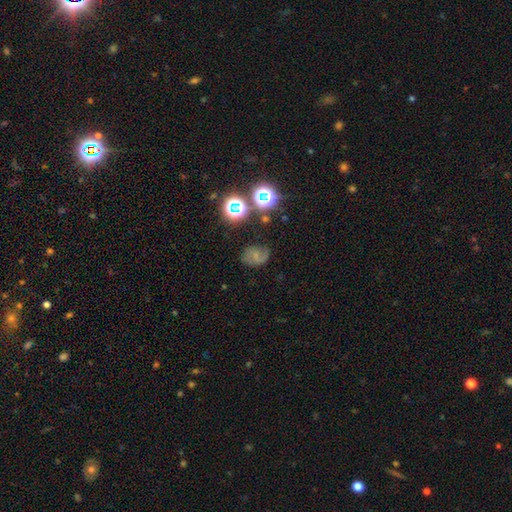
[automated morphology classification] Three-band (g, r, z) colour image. It shows a featured or disk galaxy (44%). Merging: none (64%).